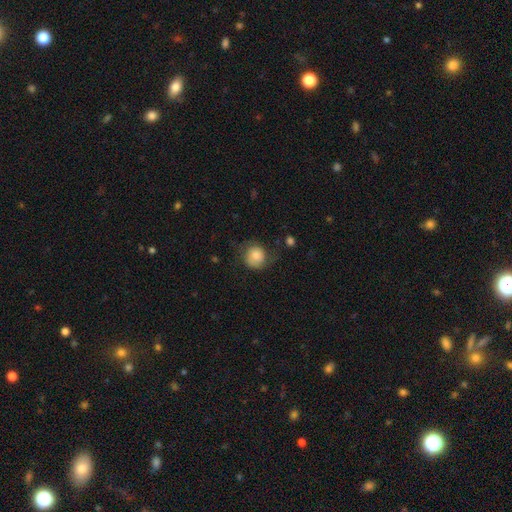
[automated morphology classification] Overall: smooth (79%). How rounded: round (83%). Merging: none (61%; minor disturbance 25%).